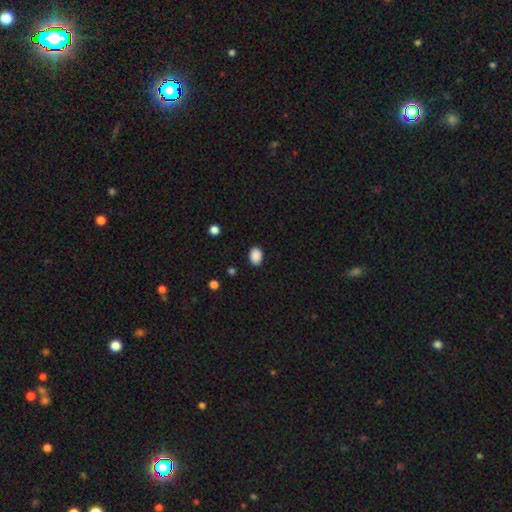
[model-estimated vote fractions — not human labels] This is clearly a smooth galaxy (89%). How rounded: likely in between (78%). Merging: clearly none (86%).